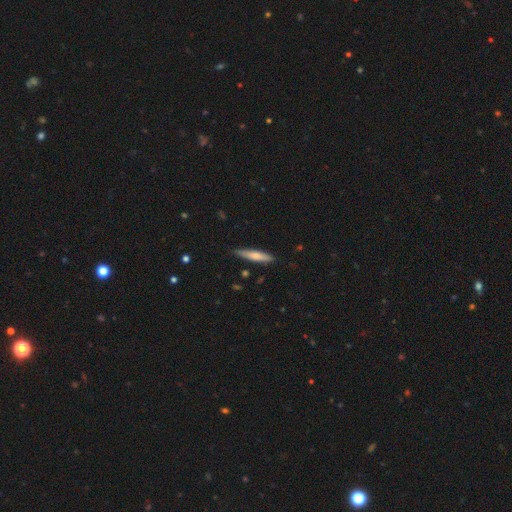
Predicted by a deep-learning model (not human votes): Q: Smooth or featured?
A: smooth (67%); runner-up: featured or disk (27%)
Q: How rounded?
A: cigar-shaped (89%); runner-up: in between (10%)
Q: Merging?
A: none (84%); runner-up: minor disturbance (13%)